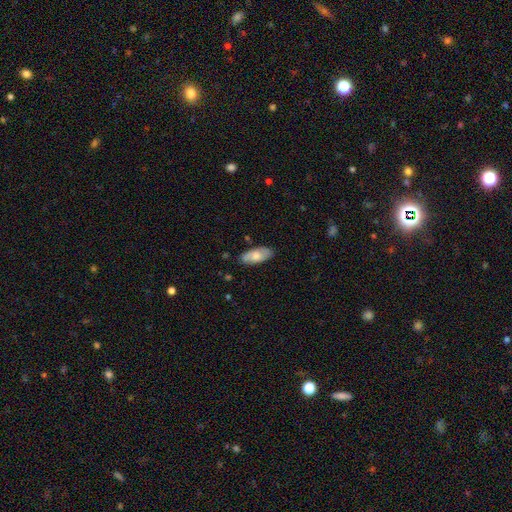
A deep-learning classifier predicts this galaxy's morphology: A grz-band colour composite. It shows a smooth galaxy with no disk features (64%) that is in between round and cigar-shaped (85%). Merging: none (82%).